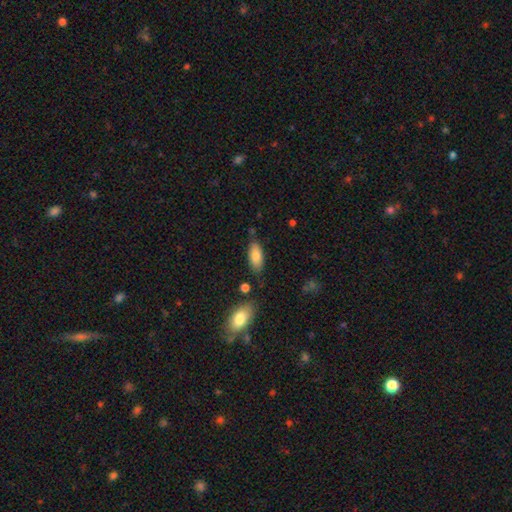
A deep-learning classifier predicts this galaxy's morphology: smooth 82%, featured or disk 11%, star or artifact 7%. Down the decision tree: how rounded — in between (84%); merging — none (77%).